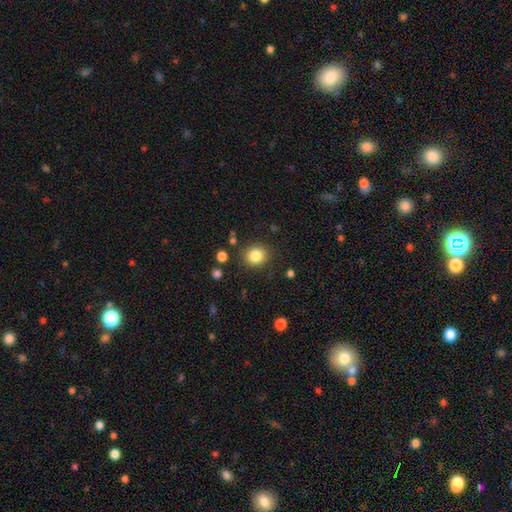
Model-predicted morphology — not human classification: Smooth or featured: smooth — 84% (star or artifact — 10%)
How rounded: round — 81% (in between — 18%)
Merging: none — 86% (minor disturbance — 8%)